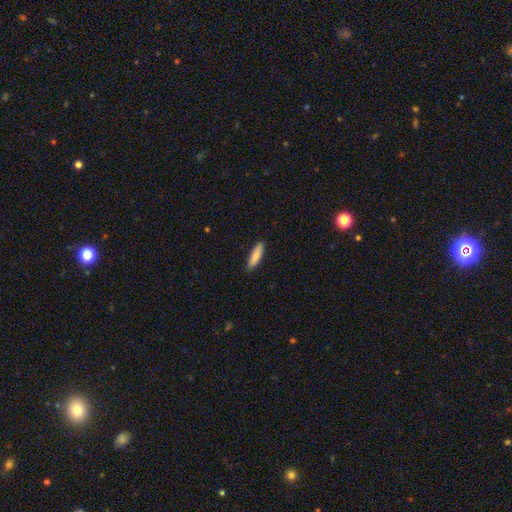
A smooth galaxy with no disk features (84%) that is cigar-shaped (78%). Merging: none (94%).